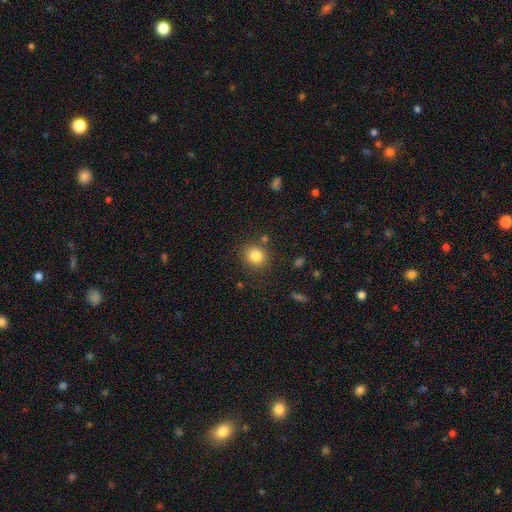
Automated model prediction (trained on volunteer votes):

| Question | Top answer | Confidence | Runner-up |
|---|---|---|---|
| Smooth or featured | smooth | 83% | star or artifact (11%) |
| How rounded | round | 77% | in between (23%) |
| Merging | none | 82% | minor disturbance (10%) |